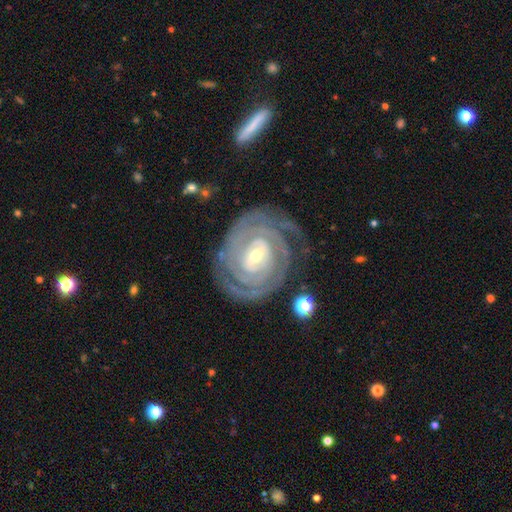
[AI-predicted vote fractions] A featured or disk galaxy (91%) with a weak bar (43%), 2 (43%) tight (85%) spiral arms (98%) and a small central bulge (55%). Merging: none (78%).